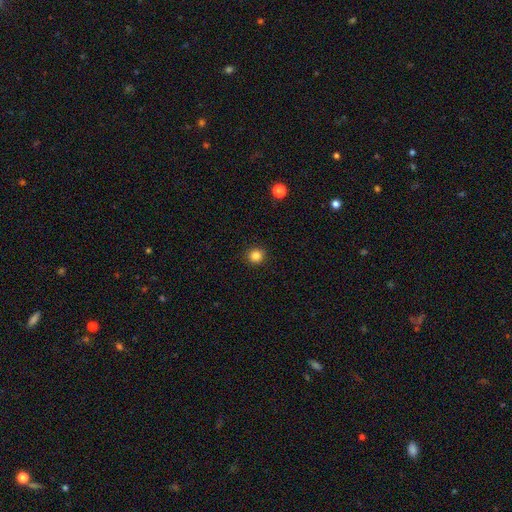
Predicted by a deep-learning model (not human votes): Q: Smooth or featured?
A: smooth (84%); runner-up: star or artifact (12%)
Q: How rounded?
A: round (91%); runner-up: in between (8%)
Q: Merging?
A: none (92%); runner-up: minor disturbance (5%)